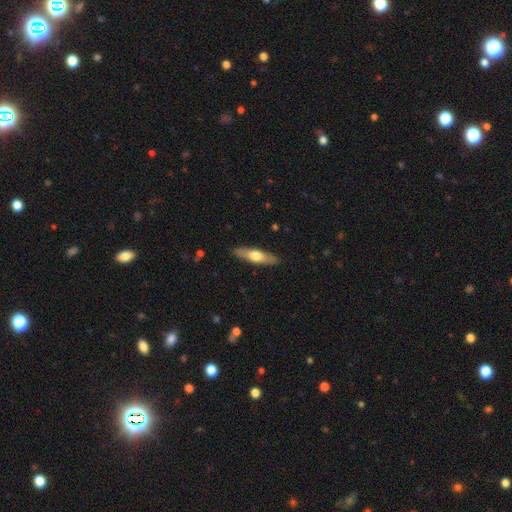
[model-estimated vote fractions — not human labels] Smooth or featured?
  - smooth: 52% *
  - featured or disk: 43%
  - star or artifact: 5%
How rounded?
  - cigar-shaped: 73% *
  - in between: 25%
  - round: 2%
Merging?
  - none: 89% *
  - minor disturbance: 8%
  - major disturbance: 2%
  - merger: 1%